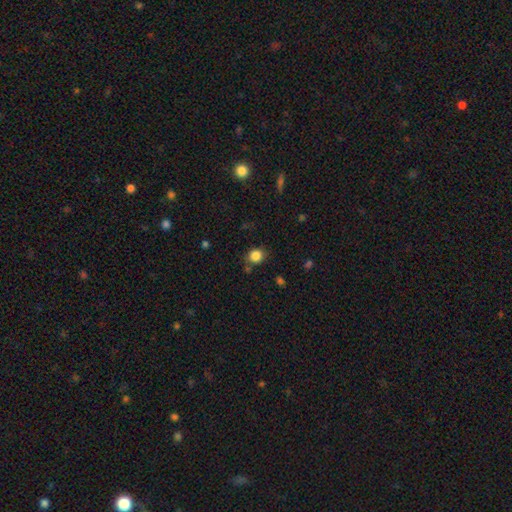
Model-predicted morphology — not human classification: smooth_or_featured: smooth (p=0.84) [alt: star or artifact p=0.11]
how_rounded: round (p=0.73) [alt: in between p=0.26]
merging: none (p=0.76) [alt: minor disturbance p=0.15]